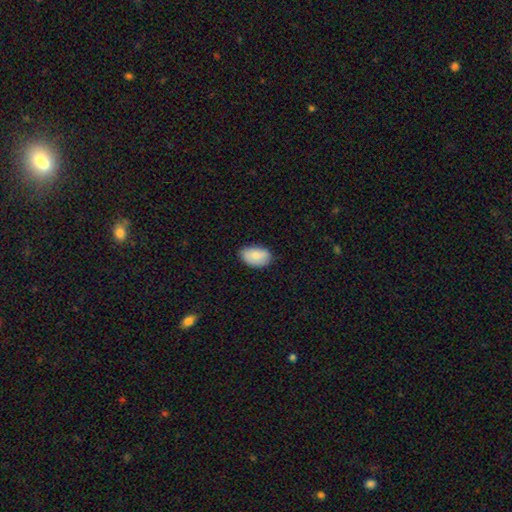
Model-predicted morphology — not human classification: Smooth or featured: smooth — 83% (featured or disk — 10%)
How rounded: in between — 91% (round — 8%)
Merging: none — 77% (minor disturbance — 19%)